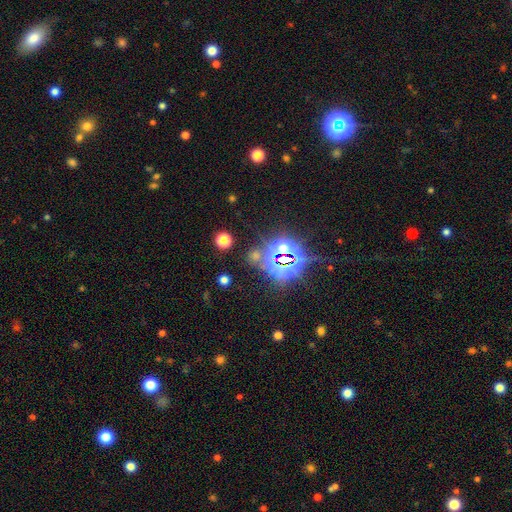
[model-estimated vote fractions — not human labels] star or artifact 71%, smooth 22%, featured or disk 7%.